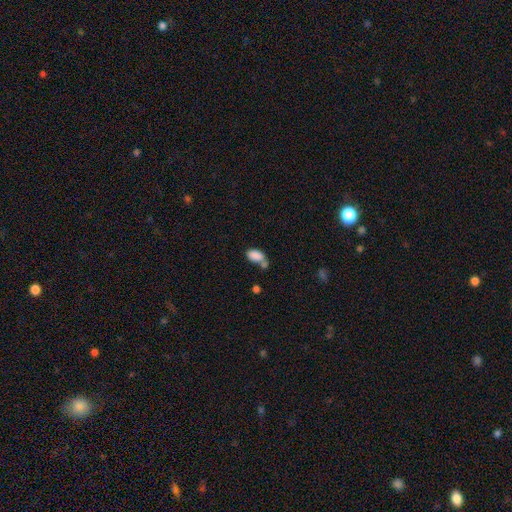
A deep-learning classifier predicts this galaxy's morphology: Smooth or featured? Predicted: smooth (p=0.86). How rounded? Predicted: in between (p=0.91). Merging? Predicted: none (p=0.41).